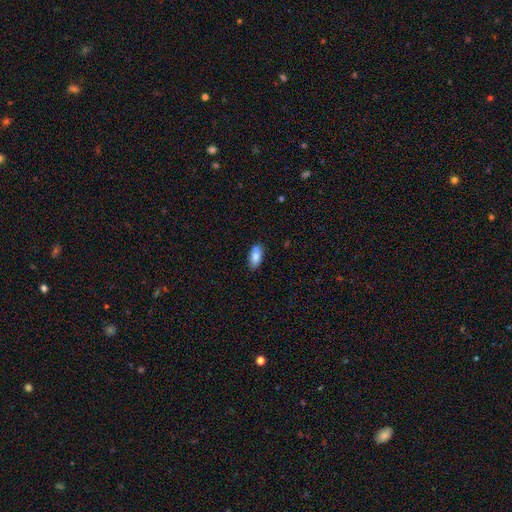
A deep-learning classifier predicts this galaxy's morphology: This appears to be a smooth galaxy with no disk features (82%) that is in between round and cigar-shaped (88%). Merging: none (70%).